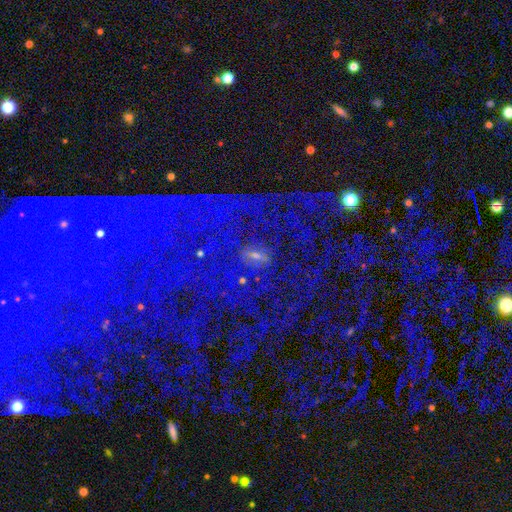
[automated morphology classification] This is likely a star or artifact rather than a galaxy (65%).